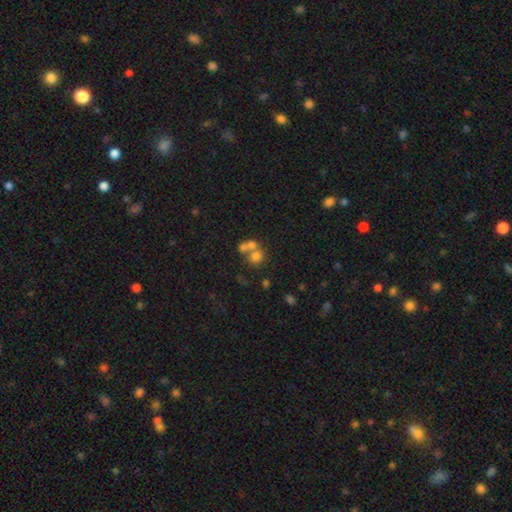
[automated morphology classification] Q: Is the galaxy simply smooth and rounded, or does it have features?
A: smooth — 65%.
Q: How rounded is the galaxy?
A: round — 74%.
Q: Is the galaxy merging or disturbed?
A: merger — 57%.